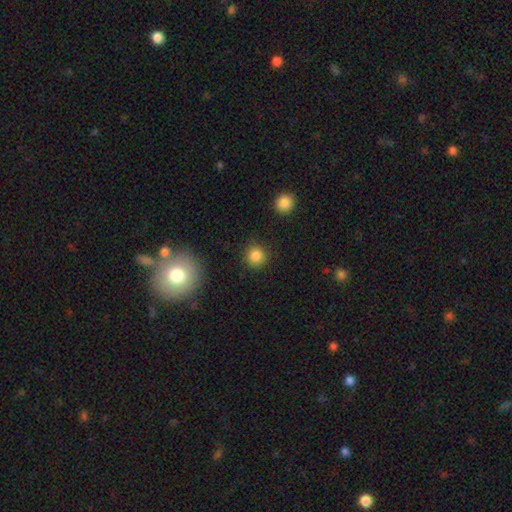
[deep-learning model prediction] smooth_or_featured: smooth (p=0.85) [alt: star or artifact p=0.11]
how_rounded: round (p=0.92) [alt: in between p=0.07]
merging: none (p=0.89) [alt: minor disturbance p=0.07]